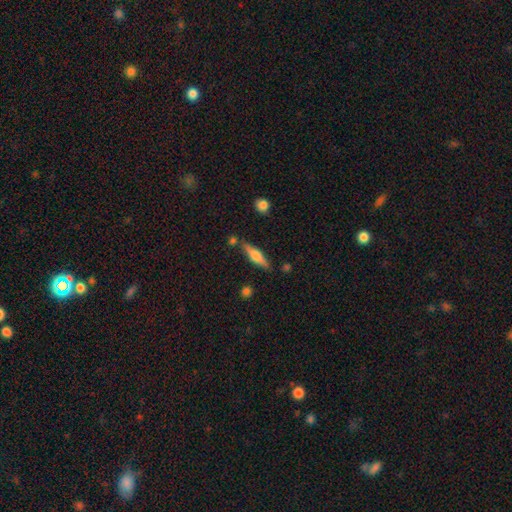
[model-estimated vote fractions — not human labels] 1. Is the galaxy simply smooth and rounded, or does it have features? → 49% smooth, 44% featured or disk, 7% star or artifact.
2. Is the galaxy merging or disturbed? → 80% none, 12% minor disturbance, 5% merger, 3% major disturbance.